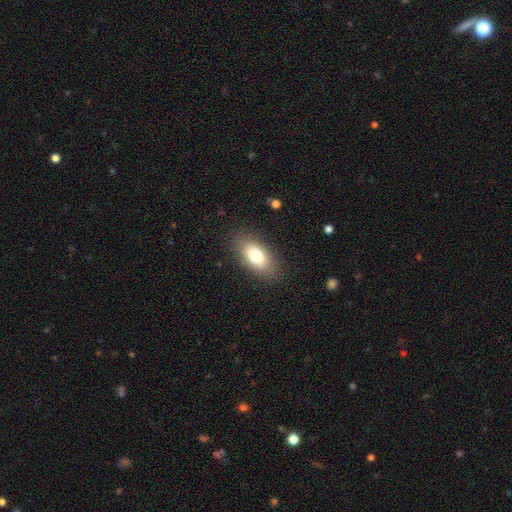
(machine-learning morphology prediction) smooth_or_featured: smooth (p=0.77) [alt: featured or disk p=0.15]
how_rounded: in between (p=0.88) [alt: cigar-shaped p=0.07]
merging: none (p=0.84) [alt: minor disturbance p=0.11]